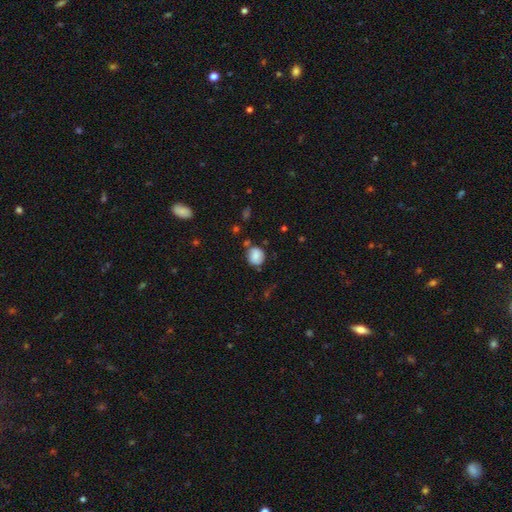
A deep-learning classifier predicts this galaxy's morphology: smooth-or-featured: smooth: 76% | featured or disk: 15% | star or artifact: 9%
  how-rounded: round: 71% | in between: 28% | cigar-shaped: 1%
  merging: none: 65% | minor disturbance: 22% | merger: 7% | major disturbance: 6%